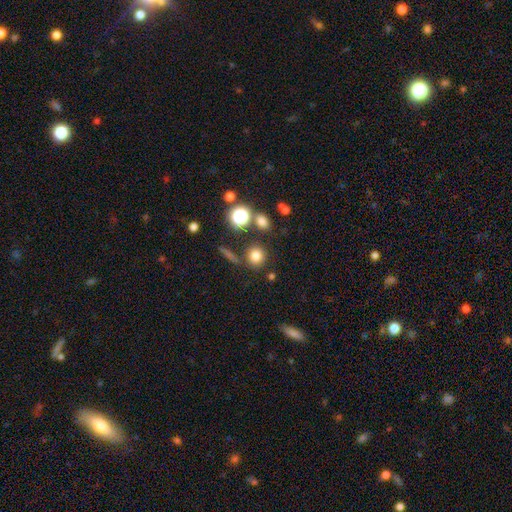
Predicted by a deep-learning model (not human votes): This is likely a smooth galaxy (77%). How rounded: clearly round (88%). Merging: likely none (80%).